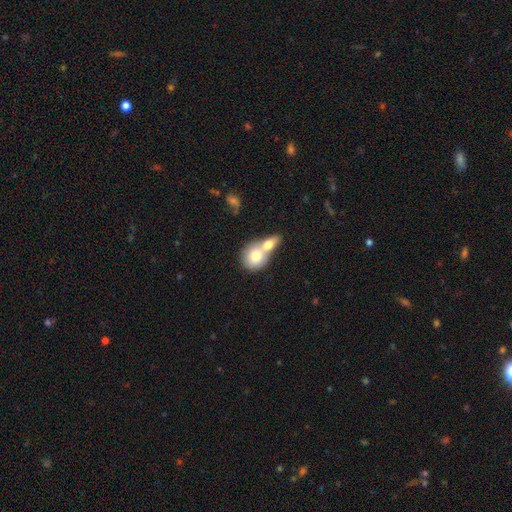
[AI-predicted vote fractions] smooth_or_featured: smooth (p=0.73) [alt: featured or disk p=0.20]
how_rounded: round (p=0.67) [alt: in between p=0.31]
merging: merger (p=0.71) [alt: none p=0.21]